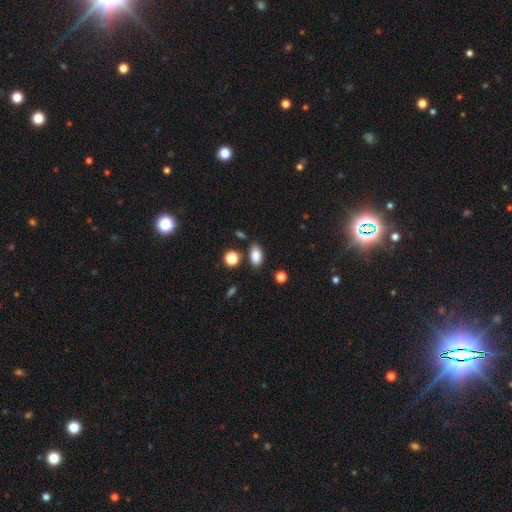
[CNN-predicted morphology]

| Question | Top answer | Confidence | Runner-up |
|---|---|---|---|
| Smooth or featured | smooth | 85% | star or artifact (9%) |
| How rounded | in between | 89% | round (9%) |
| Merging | none | 79% | minor disturbance (12%) |